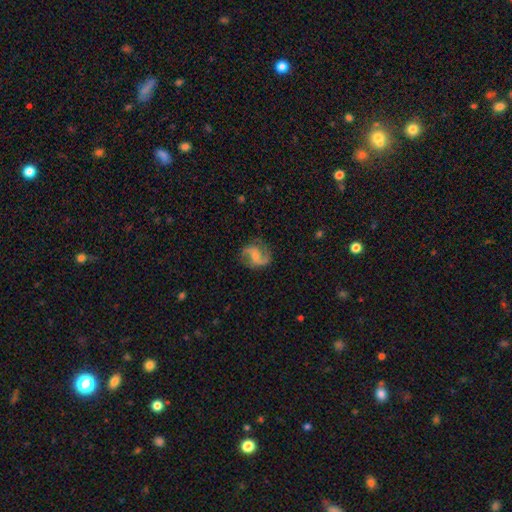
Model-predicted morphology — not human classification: Q: Smooth or featured?
A: featured or disk (82%); runner-up: smooth (12%)
Q: Edge-on disk?
A: no (98%); runner-up: yes (2%)
Q: Bar?
A: weak (46%); runner-up: no (38%)
Q: Spiral arms?
A: yes (96%); runner-up: no (4%)
Q: Spiral winding?
A: loose (51%); runner-up: medium (40%)
Q: Spiral arm count?
A: 2 (91%); runner-up: can't tell (3%)
Q: Bulge size?
A: small (51%); runner-up: moderate (27%)
Q: Merging?
A: none (77%); runner-up: minor disturbance (15%)